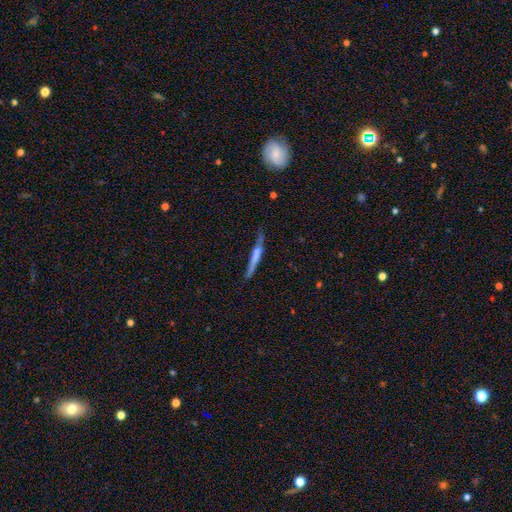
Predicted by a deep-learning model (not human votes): smooth 52%, featured or disk 41%, star or artifact 7%. Down the decision tree: how rounded — cigar-shaped (94%); merging — none (60%).